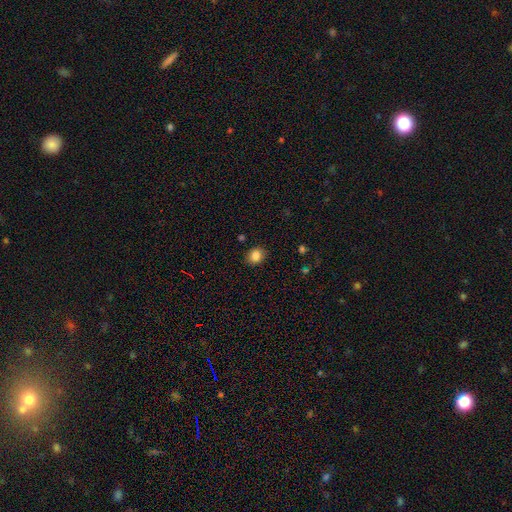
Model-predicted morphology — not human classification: Smooth or featured? Predicted: smooth (p=0.84). How rounded? Predicted: round (p=0.59). Merging? Predicted: none (p=0.88).